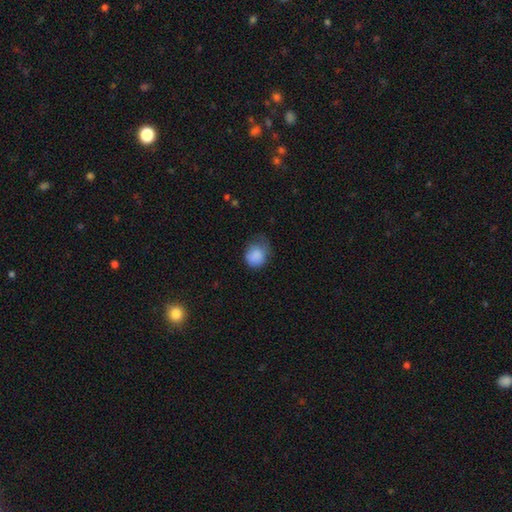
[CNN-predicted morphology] smooth 85%, featured or disk 8%, star or artifact 8%. Down the decision tree: how rounded — round (65%); merging — minor disturbance (39%).